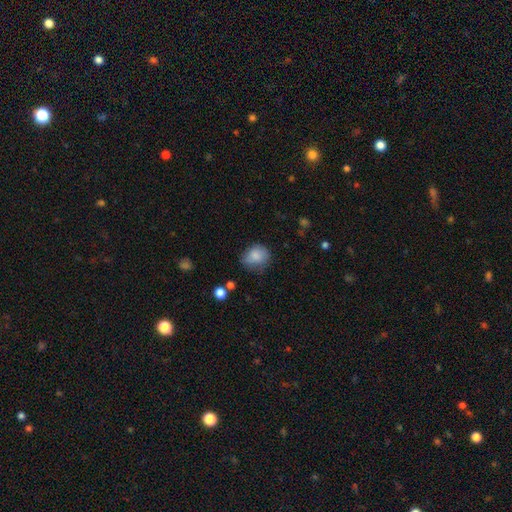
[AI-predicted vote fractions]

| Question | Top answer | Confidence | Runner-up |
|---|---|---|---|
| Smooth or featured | smooth | 83% | star or artifact (9%) |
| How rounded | round | 63% | in between (36%) |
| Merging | none | 61% | minor disturbance (28%) |